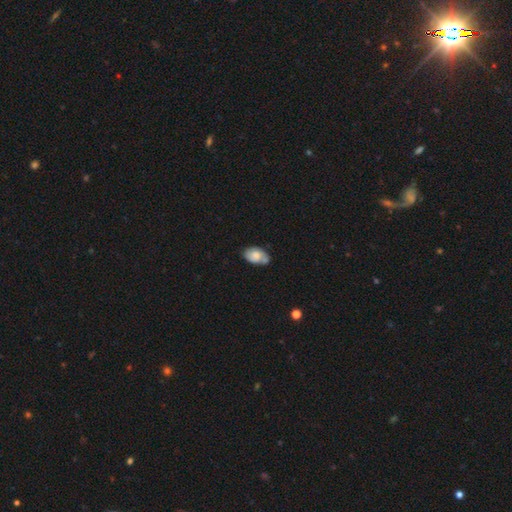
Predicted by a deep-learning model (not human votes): Overall: smooth (60%; featured or disk 32%). How rounded: in between (89%). Merging: none (50%; minor disturbance 30%).